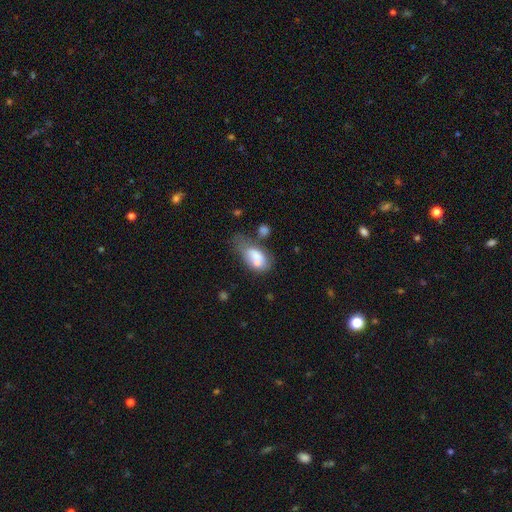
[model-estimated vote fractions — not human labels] Smooth or featured? smooth (68%)
How rounded? in between (86%)
Merging? merger (34%)